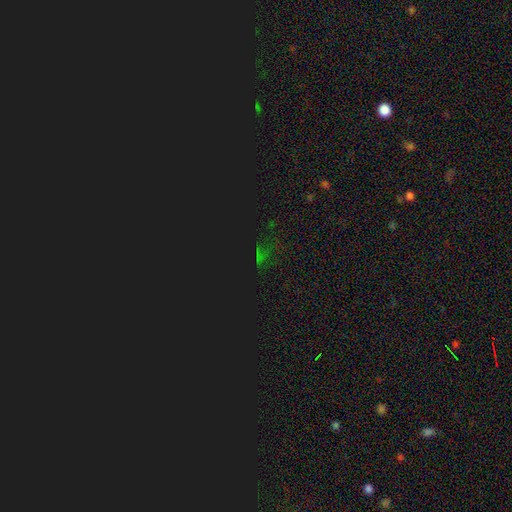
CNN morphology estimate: The model was most divided on "smooth or featured": star or artifact: 82%, smooth: 11%, featured or disk: 7%.